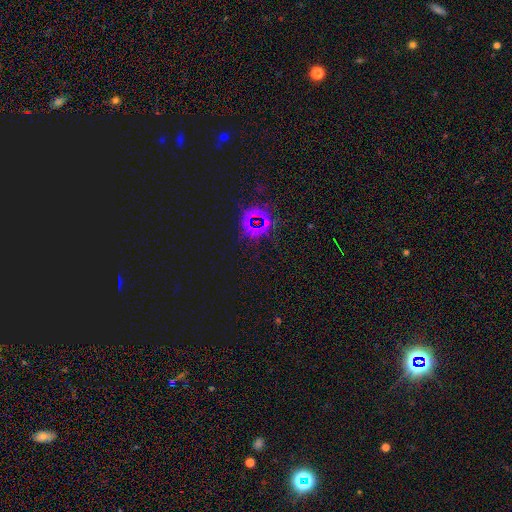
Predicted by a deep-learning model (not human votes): The model was most divided on "smooth or featured": star or artifact: 77%, smooth: 16%, featured or disk: 7%.